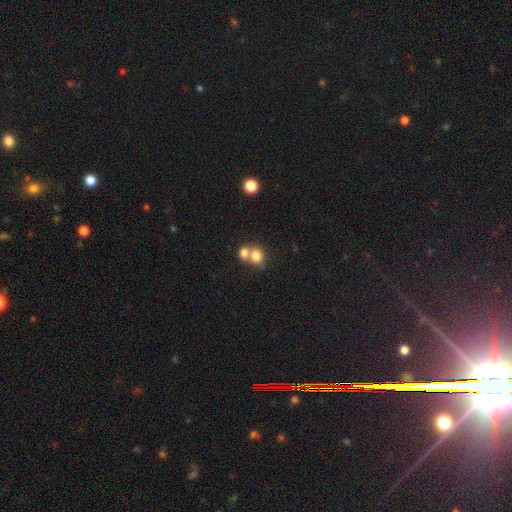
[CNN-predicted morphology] type=smooth (78%); roundness=round (56%); merging=merger (61%).